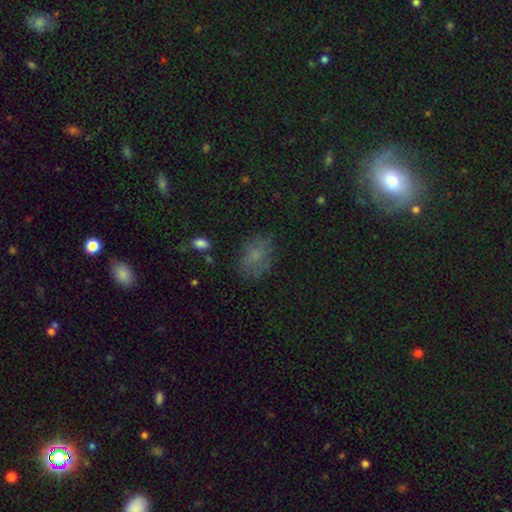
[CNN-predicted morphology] smooth_or_featured: smooth (p=0.67) [alt: featured or disk p=0.19]
how_rounded: in between (p=0.74) [alt: round p=0.25]
merging: none (p=0.69) [alt: minor disturbance p=0.21]